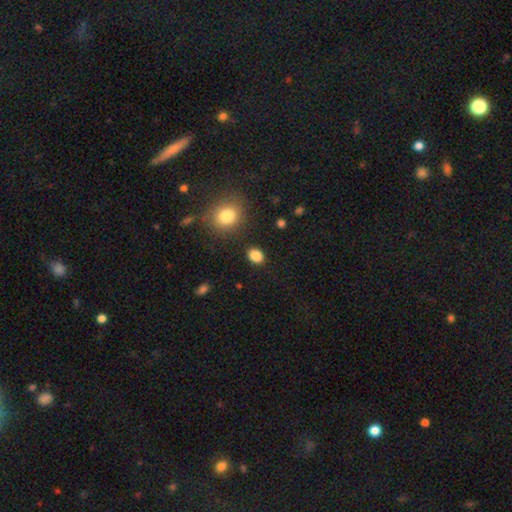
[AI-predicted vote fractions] Smooth or featured? smooth (86%)
How rounded? in between (65%)
Merging? none (88%)